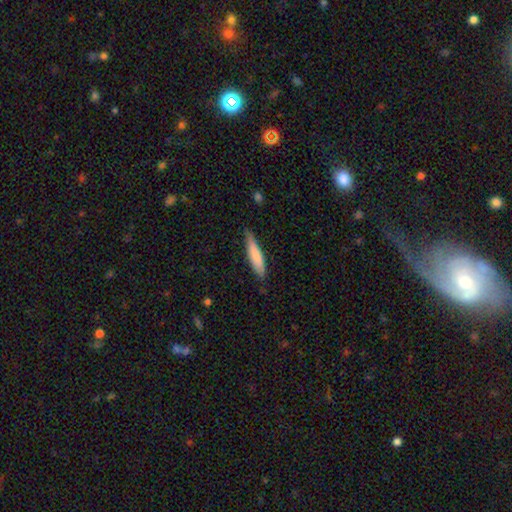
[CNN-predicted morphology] This is likely a smooth galaxy (78%). How rounded: clearly cigar-shaped (81%). Merging: likely none (73%).